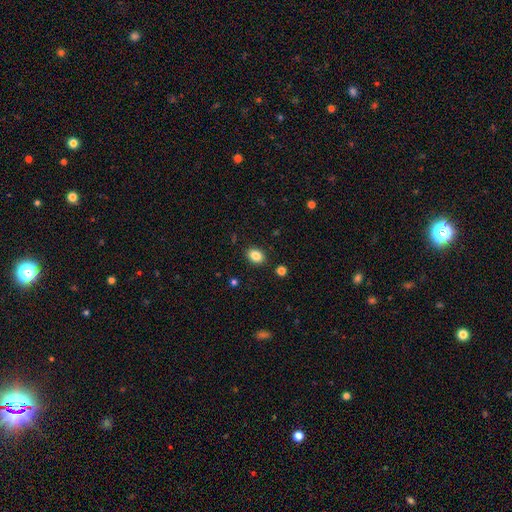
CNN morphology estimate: Smooth or featured? smooth (85%)
How rounded? in between (75%)
Merging? none (88%)